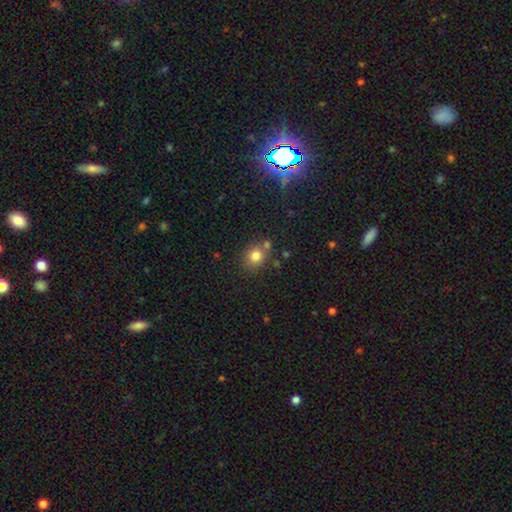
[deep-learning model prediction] Overall: smooth (79%). How rounded: round (75%). Merging: none (69%).